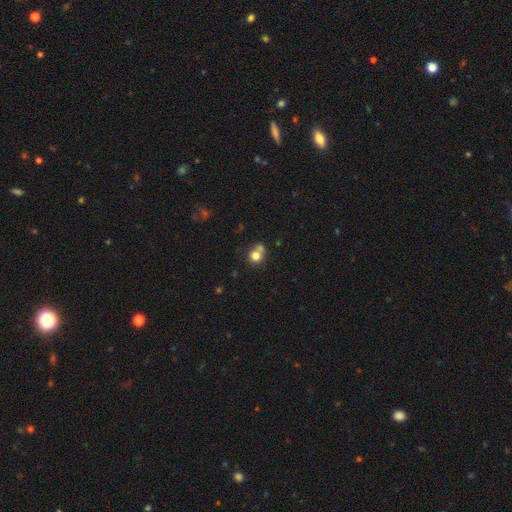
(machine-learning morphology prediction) Q: Smooth or featured?
A: smooth (77%); runner-up: featured or disk (12%)
Q: How rounded?
A: round (83%); runner-up: in between (16%)
Q: Merging?
A: none (47%); runner-up: merger (37%)